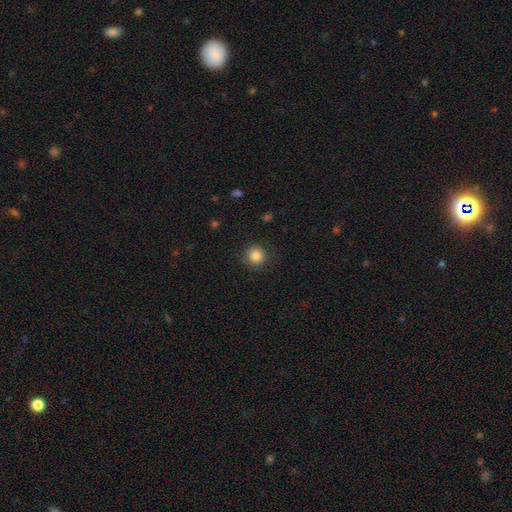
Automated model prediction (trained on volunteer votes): This is clearly a smooth galaxy (86%). How rounded: clearly round (93%). Merging: clearly none (90%).